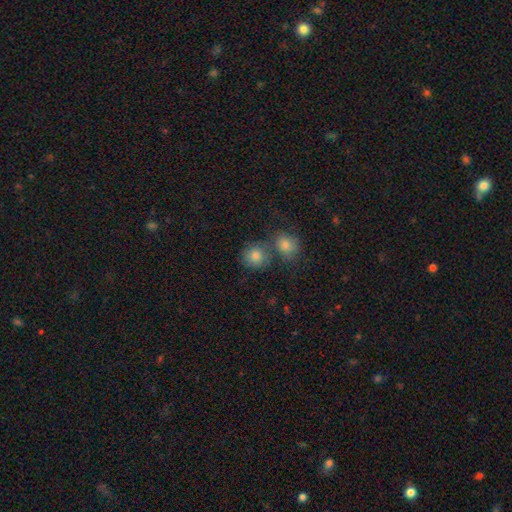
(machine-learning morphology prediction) This is clearly a smooth galaxy (80%). How rounded: clearly round (81%). Merging: possibly none (50%).